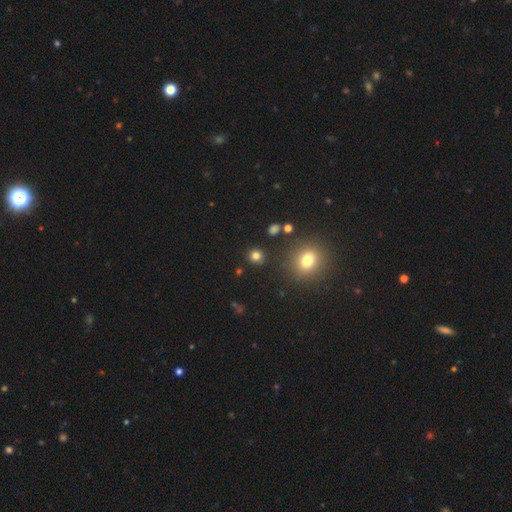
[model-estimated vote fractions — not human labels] smooth_or_featured: smooth (p=0.79) [alt: star or artifact p=0.16]
how_rounded: round (p=0.89) [alt: in between p=0.10]
merging: none (p=0.89) [alt: minor disturbance p=0.06]